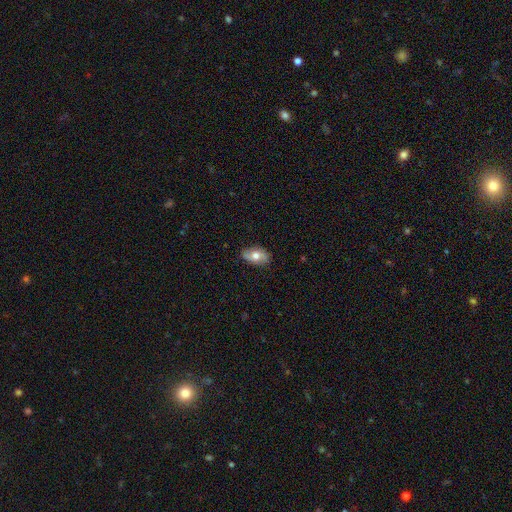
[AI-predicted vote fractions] The model was most divided on "smooth or featured": smooth: 61%, featured or disk: 32%, star or artifact: 7%. More confident: how rounded — in between (89%); merging — none (79%).